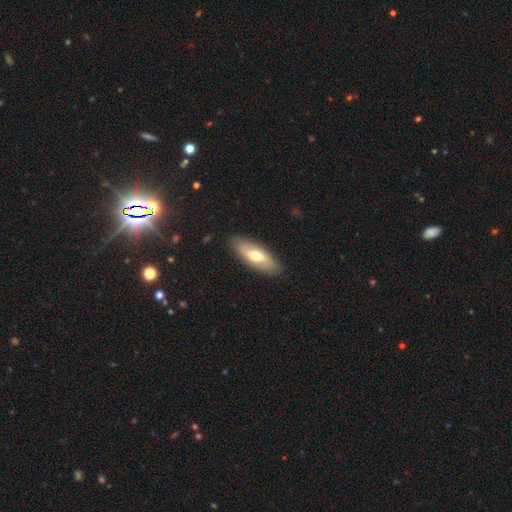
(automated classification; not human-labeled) A smooth galaxy with no disk features (60%) that is in between round and cigar-shaped (72%). Merging: none (88%).